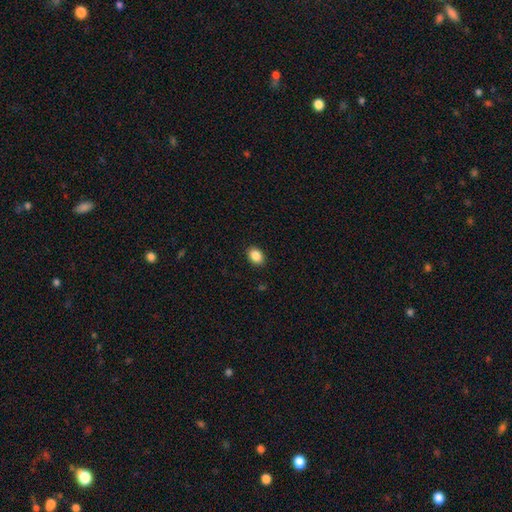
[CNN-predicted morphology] The model was most divided on "how rounded": in between: 77%, round: 22%, cigar-shaped: 1%. More confident: merging — none (90%); smooth or featured — smooth (88%).